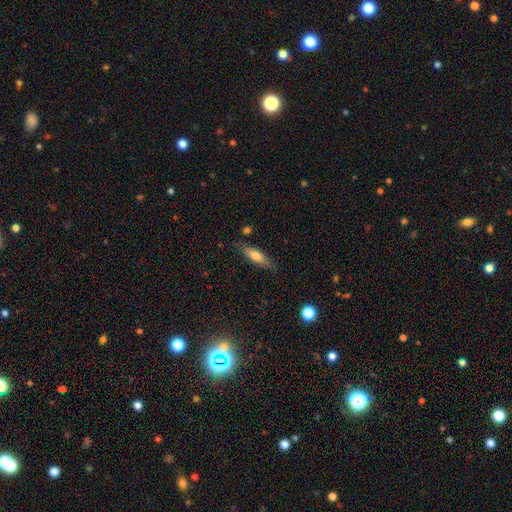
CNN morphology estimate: The model was most divided on "how rounded": cigar-shaped: 56%, in between: 42%, round: 2%. More confident: merging — none (77%); smooth or featured — smooth (64%).